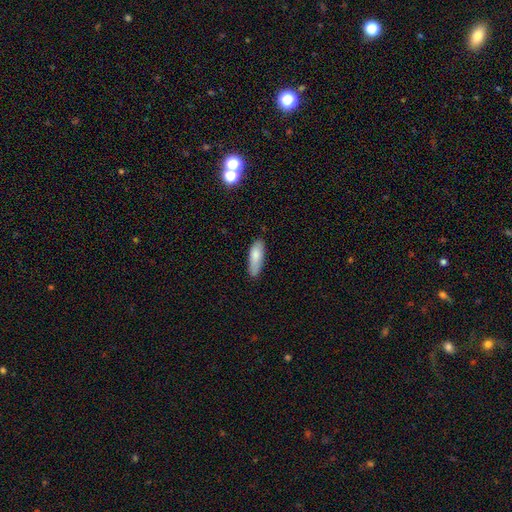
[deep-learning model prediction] Q: Smooth or featured?
A: smooth (81%); runner-up: featured or disk (13%)
Q: How rounded?
A: in between (60%); runner-up: cigar-shaped (38%)
Q: Merging?
A: none (74%); runner-up: minor disturbance (20%)